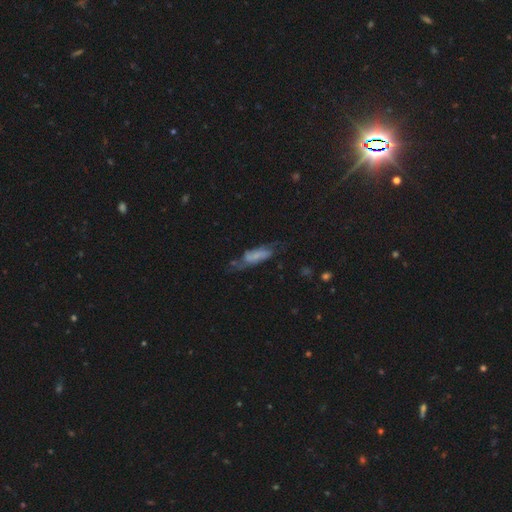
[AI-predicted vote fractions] Smooth or featured? Predicted: featured or disk (p=0.46). Merging? Predicted: none (p=0.45).